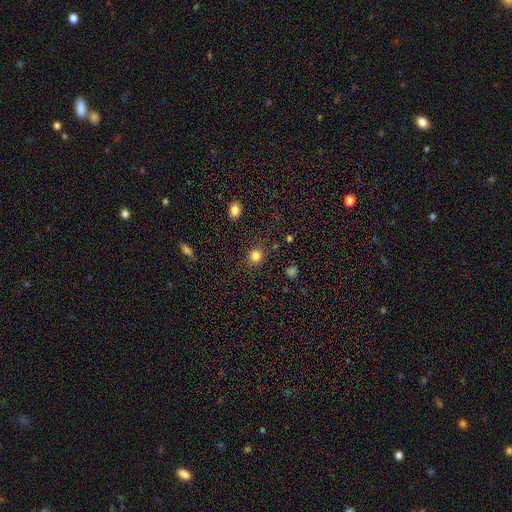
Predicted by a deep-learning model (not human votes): A smooth galaxy with no disk features (82%) that is round (86%). Merging: none (88%).